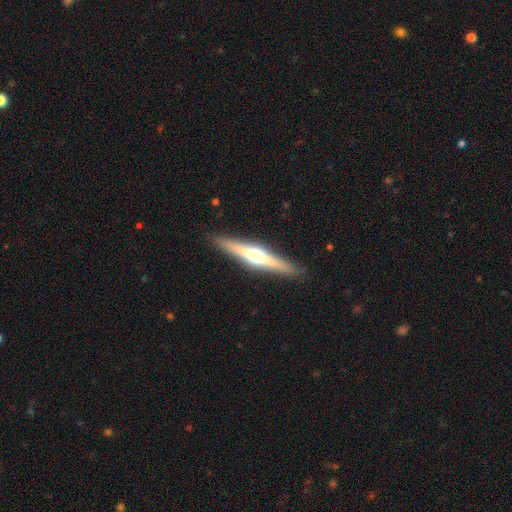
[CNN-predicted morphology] Q: Smooth or featured?
A: featured or disk (67%); runner-up: smooth (27%)
Q: Edge-on disk?
A: yes (97%); runner-up: no (3%)
Q: Edge-on bulge?
A: rounded (92%); runner-up: boxy (5%)
Q: Merging?
A: none (90%); runner-up: minor disturbance (7%)